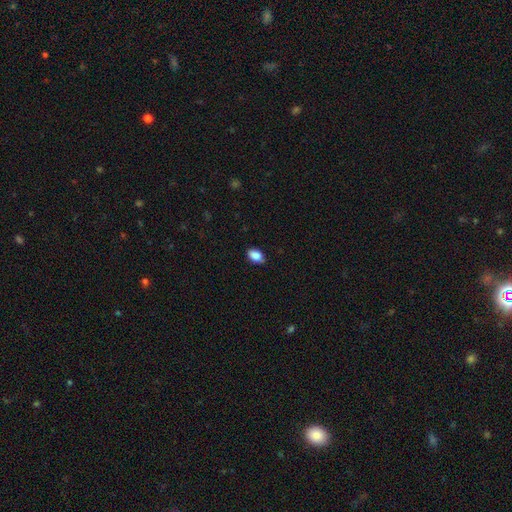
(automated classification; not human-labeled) smooth 87%, star or artifact 8%, featured or disk 5%. Down the decision tree: how rounded — in between (88%); merging — none (82%).